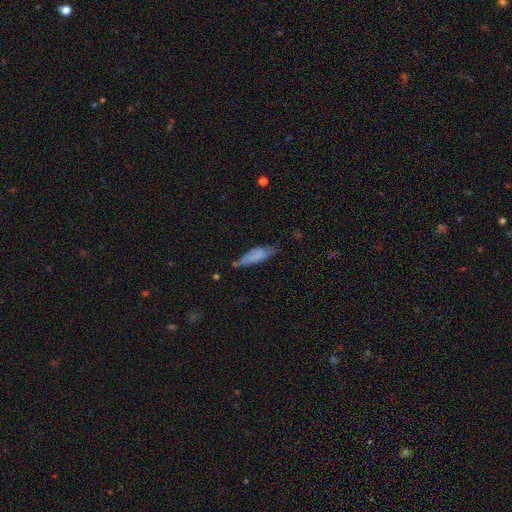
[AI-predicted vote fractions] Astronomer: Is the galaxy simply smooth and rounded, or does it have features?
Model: smooth — 72%.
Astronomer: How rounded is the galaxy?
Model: cigar-shaped — 62%.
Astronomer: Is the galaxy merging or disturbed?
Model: none — 54% (runner-up: minor disturbance, 33%).